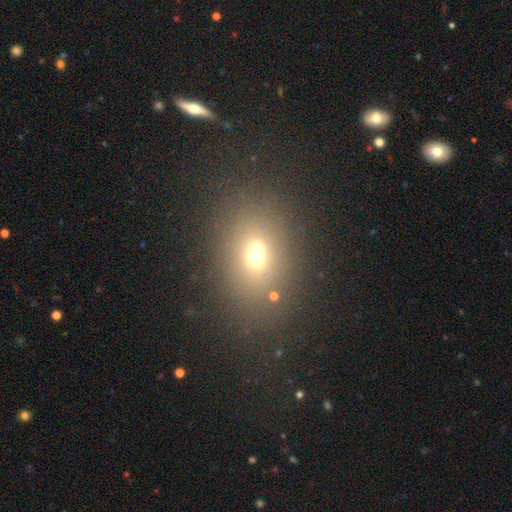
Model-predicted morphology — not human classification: Overall: smooth (63%). How rounded: in between (60%; round 39%). Merging: none (67%).